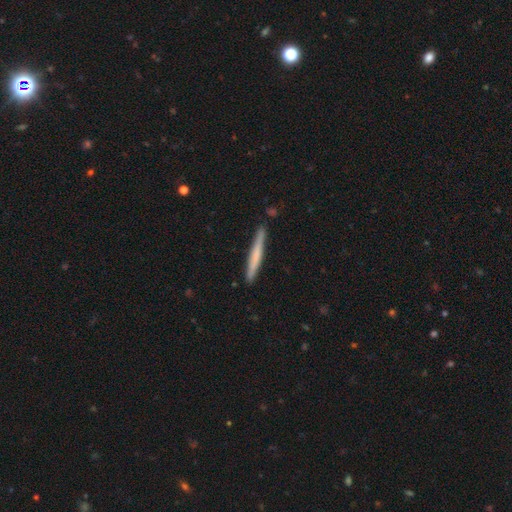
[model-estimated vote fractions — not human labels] A smooth galaxy with no disk features (59%) that is cigar-shaped (97%).

Vote fractions:
- Smooth or featured? smooth: 59% / featured or disk: 36% / star or artifact: 5%
- How rounded? cigar-shaped: 97% / in between: 2% / round: 1%
- Merging? none: 89% / minor disturbance: 8% / merger: 2% / major disturbance: 1%